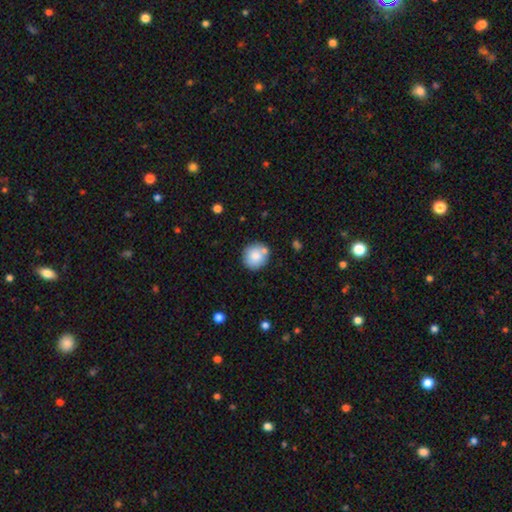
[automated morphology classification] Overall: smooth (82%). How rounded: round (91%). Merging: none (76%).